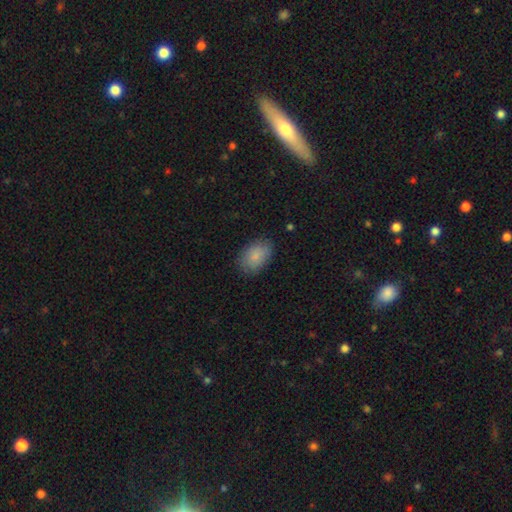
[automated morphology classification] The model was most divided on "merging": none: 82%, minor disturbance: 14%, major disturbance: 3%, merger: 1%. More confident: how rounded — in between (87%); smooth or featured — smooth (85%).